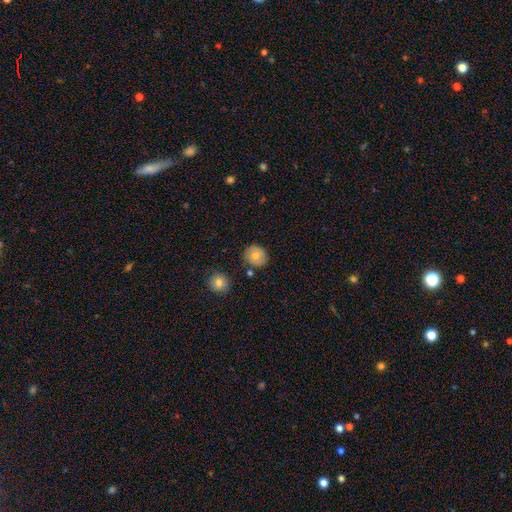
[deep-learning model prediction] A smooth galaxy with no disk features (73%) that is round (85%).

Vote fractions:
- Smooth or featured? smooth: 73% / featured or disk: 18% / star or artifact: 9%
- How rounded? round: 85% / in between: 14% / cigar-shaped: 1%
- Merging? none: 79% / minor disturbance: 13% / merger: 5% / major disturbance: 3%